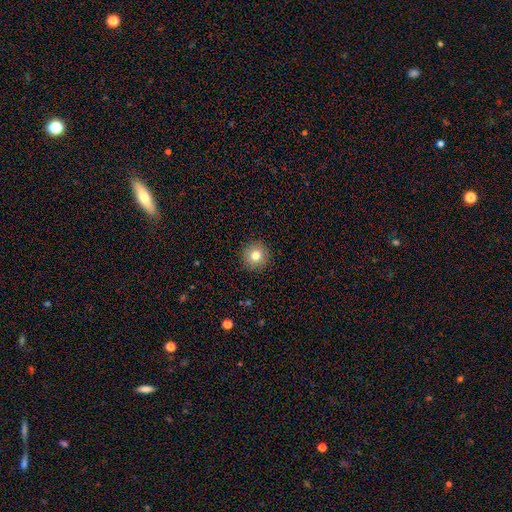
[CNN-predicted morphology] Smooth or featured: smooth — 80% (star or artifact — 11%)
How rounded: round — 94% (in between — 5%)
Merging: none — 91% (minor disturbance — 6%)